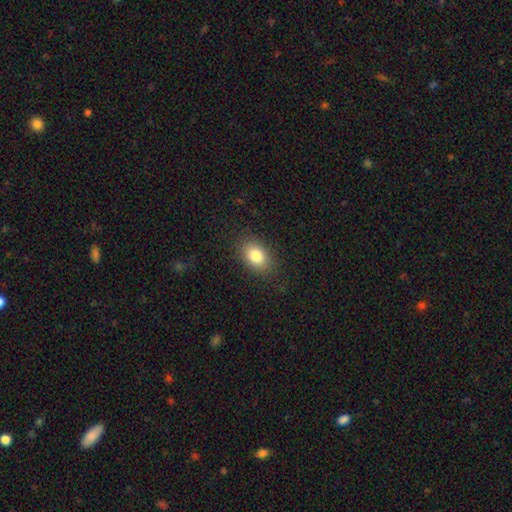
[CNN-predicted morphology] A smooth galaxy with no disk features (82%) that is in between round and cigar-shaped (82%). Merging: none (84%).